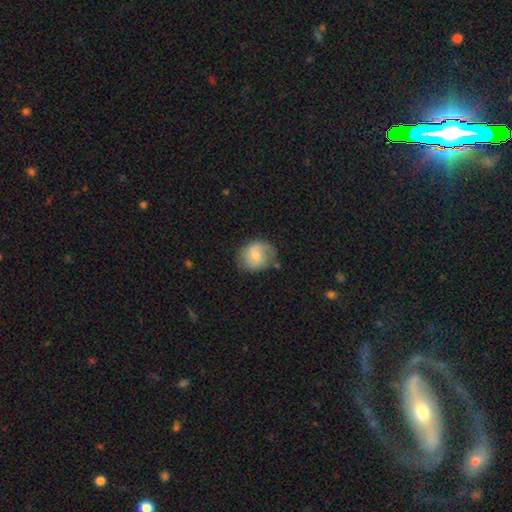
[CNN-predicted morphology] Q: Smooth or featured?
A: smooth (54%); runner-up: featured or disk (36%)
Q: How rounded?
A: round (75%); runner-up: in between (24%)
Q: Merging?
A: none (63%); runner-up: minor disturbance (25%)